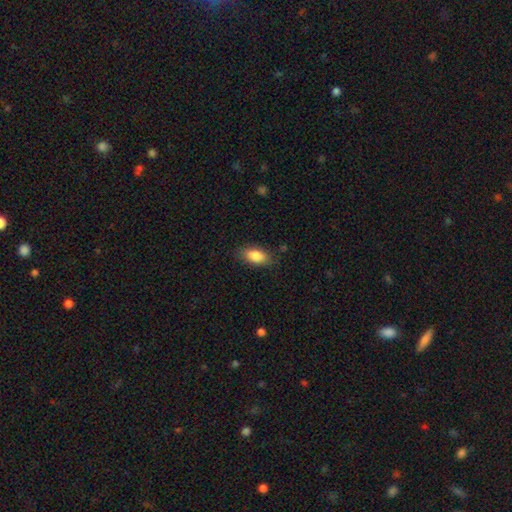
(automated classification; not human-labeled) Smooth or featured: smooth — 85% (featured or disk — 8%)
How rounded: in between — 87% (cigar-shaped — 8%)
Merging: none — 83% (minor disturbance — 13%)